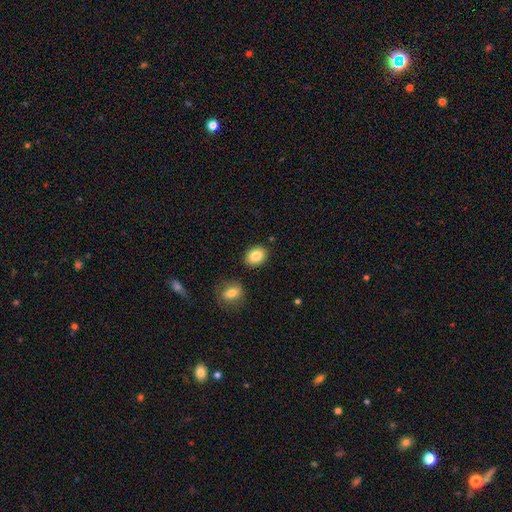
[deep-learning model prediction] Smooth or featured: smooth — 86% (star or artifact — 8%)
How rounded: in between — 62% (round — 37%)
Merging: none — 84% (minor disturbance — 9%)